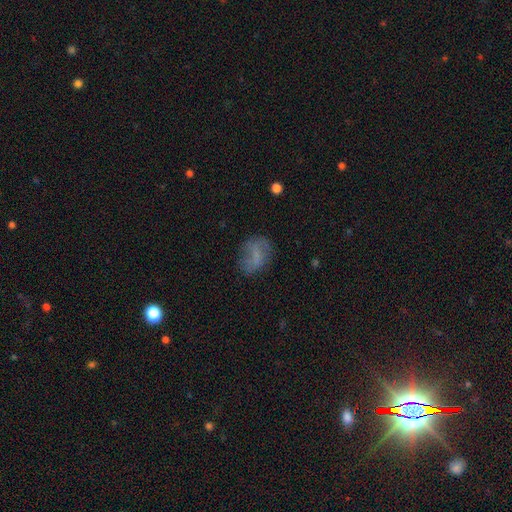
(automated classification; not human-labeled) Smooth or featured? smooth (58%)
How rounded? in between (73%)
Merging? none (61%)